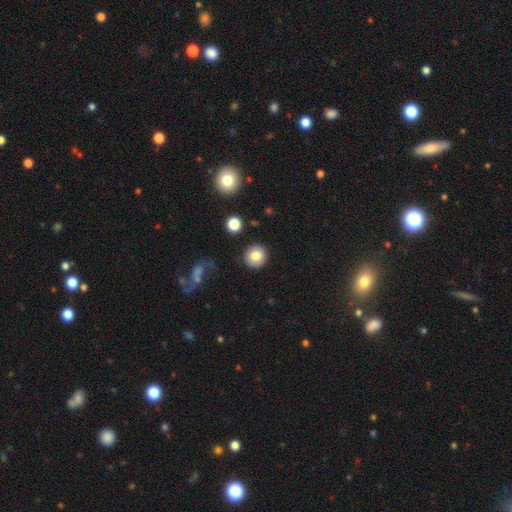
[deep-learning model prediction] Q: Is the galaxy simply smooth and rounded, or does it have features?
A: smooth — 81%.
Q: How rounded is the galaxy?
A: round — 91%.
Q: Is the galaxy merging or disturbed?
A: none — 89%.